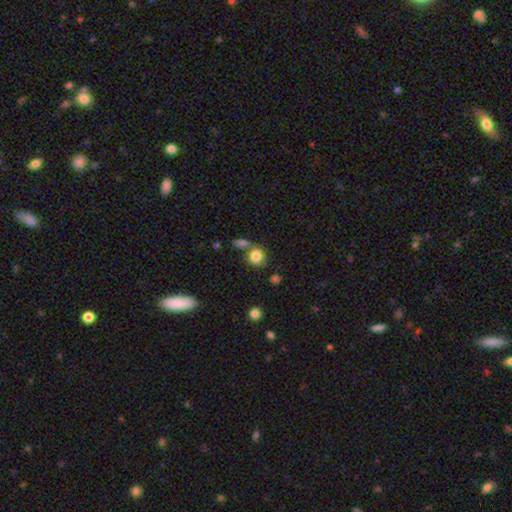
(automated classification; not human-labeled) Overall: smooth (83%). How rounded: round (80%). Merging: none (64%).